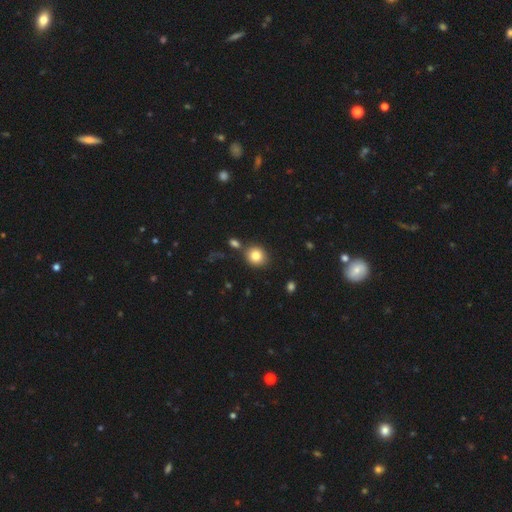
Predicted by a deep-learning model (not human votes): smooth 82%, star or artifact 10%, featured or disk 8%. Down the decision tree: how rounded — round (84%); merging — none (78%).